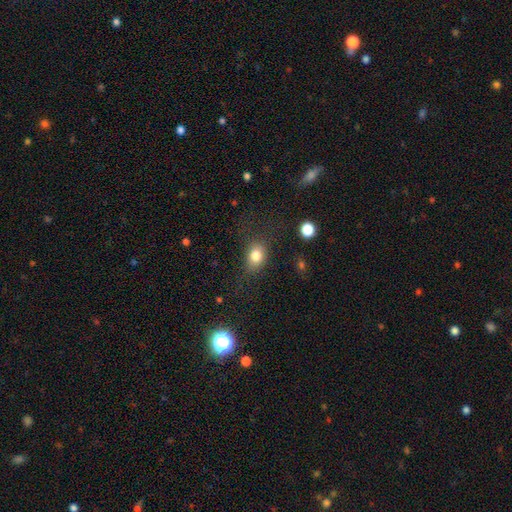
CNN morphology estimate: Smooth or featured: smooth — 80% (star or artifact — 10%)
How rounded: in between — 65% (round — 34%)
Merging: none — 71% (minor disturbance — 18%)